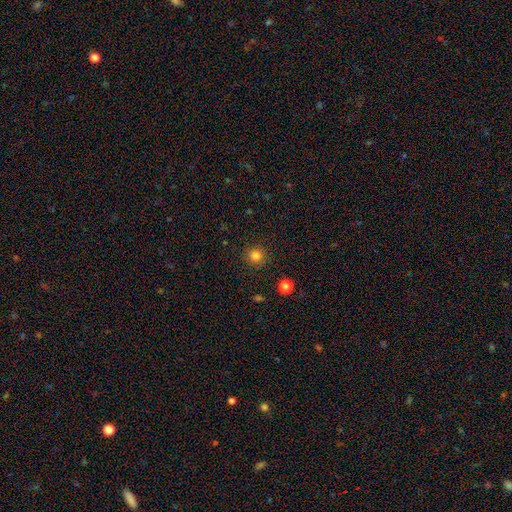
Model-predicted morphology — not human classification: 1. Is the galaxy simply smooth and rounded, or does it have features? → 82% smooth, 13% star or artifact, 5% featured or disk.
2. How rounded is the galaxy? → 92% round, 7% in between, 1% cigar-shaped.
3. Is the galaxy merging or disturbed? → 89% none, 7% minor disturbance, 2% major disturbance, 1% merger.